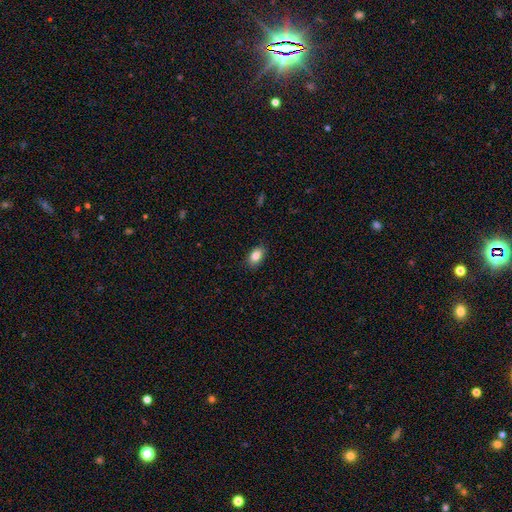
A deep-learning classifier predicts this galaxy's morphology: smooth-or-featured: smooth: 86% | star or artifact: 8% | featured or disk: 6%
  how-rounded: in between: 89% | round: 10% | cigar-shaped: 2%
  merging: none: 87% | minor disturbance: 10% | major disturbance: 2% | merger: 1%